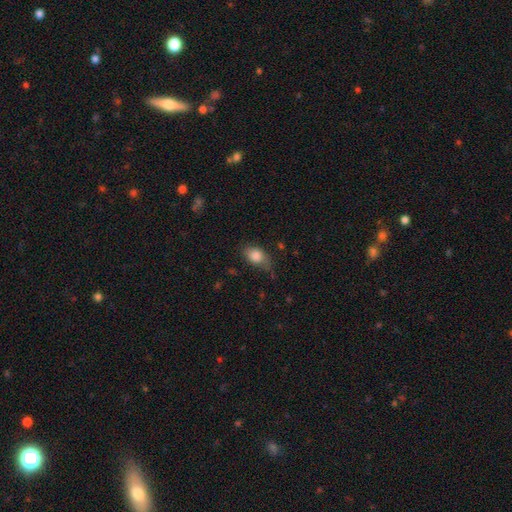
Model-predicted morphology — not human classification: smooth_or_featured: smooth (p=0.83) [alt: featured or disk p=0.09]
how_rounded: in between (p=0.80) [alt: round p=0.18]
merging: none (p=0.56) [alt: minor disturbance p=0.32]